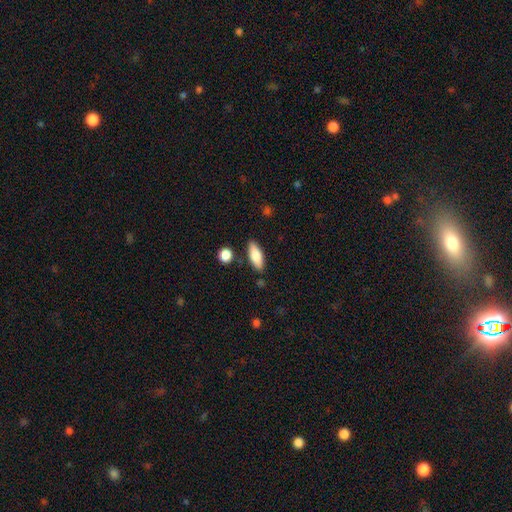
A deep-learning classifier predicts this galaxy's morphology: Overall: smooth (79%). How rounded: in between (67%; cigar-shaped 30%). Merging: none (84%).